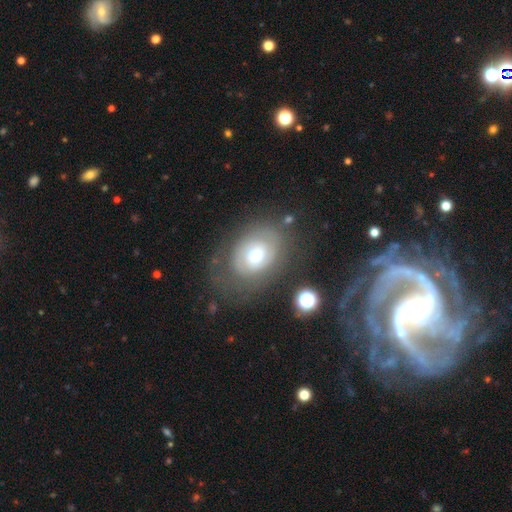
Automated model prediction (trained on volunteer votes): Smooth or featured?
  - featured or disk: 49% *
  - smooth: 41%
  - star or artifact: 10%
Merging?
  - none: 62% *
  - minor disturbance: 19%
  - major disturbance: 16%
  - merger: 3%